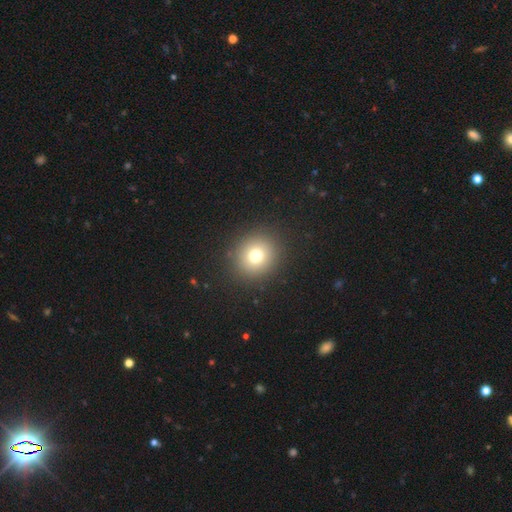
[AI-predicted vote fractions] Overall: smooth (75%). How rounded: round (86%). Merging: none (90%).